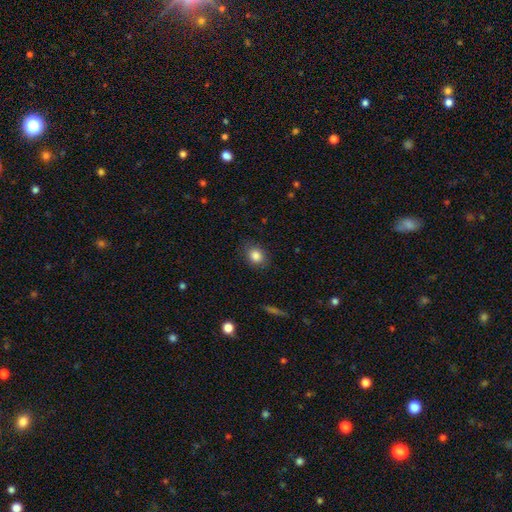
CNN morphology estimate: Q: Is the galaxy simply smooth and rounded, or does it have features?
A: smooth — 85%.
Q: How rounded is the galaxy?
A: round — 52%.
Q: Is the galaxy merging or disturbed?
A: none — 83%.